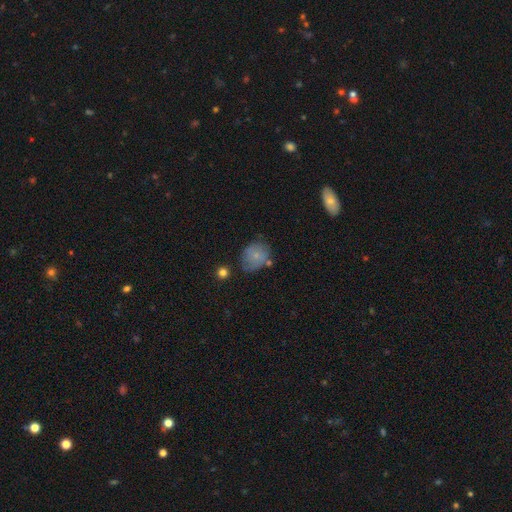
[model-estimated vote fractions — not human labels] Smooth or featured? Predicted: smooth (p=0.70). How rounded? Predicted: round (p=0.63). Merging? Predicted: none (p=0.58).